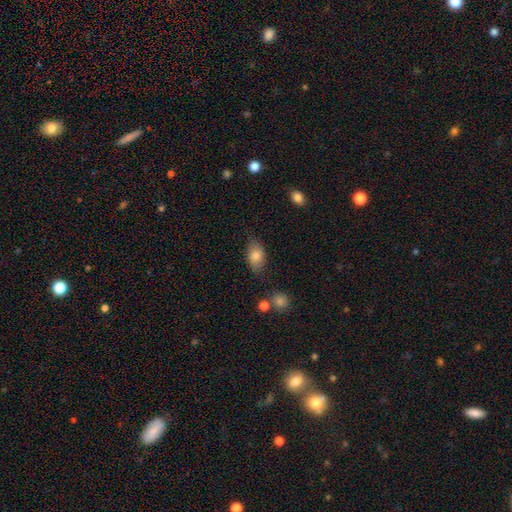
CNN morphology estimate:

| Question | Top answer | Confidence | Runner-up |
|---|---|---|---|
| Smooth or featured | smooth | 79% | featured or disk (13%) |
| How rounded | in between | 88% | round (10%) |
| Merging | none | 74% | minor disturbance (19%) |